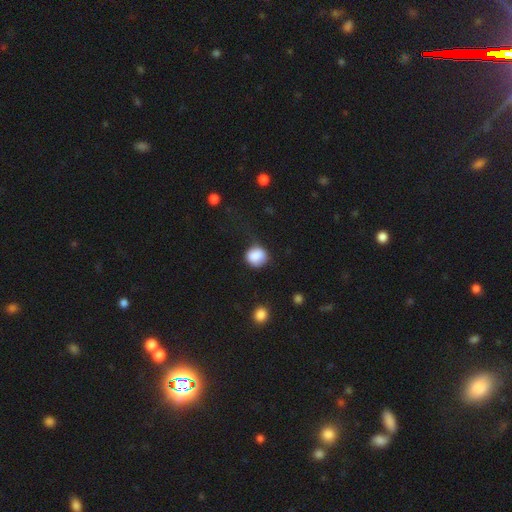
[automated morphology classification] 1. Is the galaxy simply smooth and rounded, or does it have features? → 85% smooth, 8% star or artifact, 6% featured or disk.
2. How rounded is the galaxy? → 79% round, 20% in between, 1% cigar-shaped.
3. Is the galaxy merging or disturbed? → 63% none, 25% minor disturbance, 9% major disturbance, 3% merger.